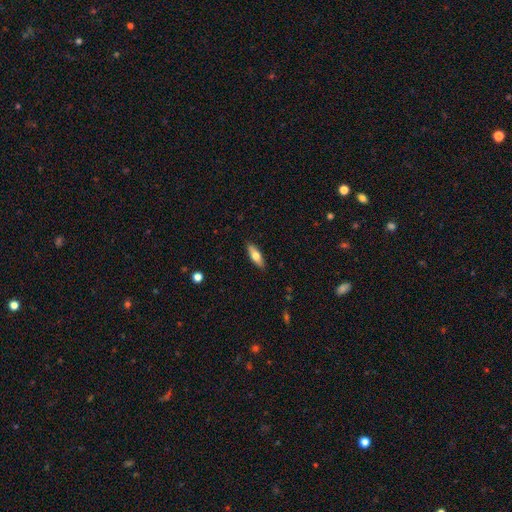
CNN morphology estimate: This appears to be a smooth galaxy with no disk features (63%) that is in between round and cigar-shaped (55%). Merging: none (89%).